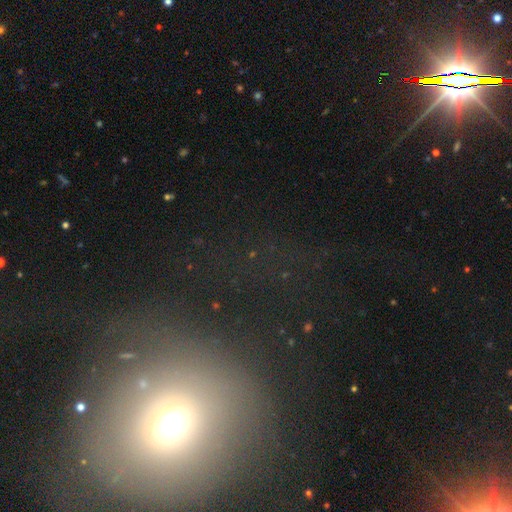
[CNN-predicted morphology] smooth_or_featured: star or artifact (p=0.42) [alt: smooth p=0.37]